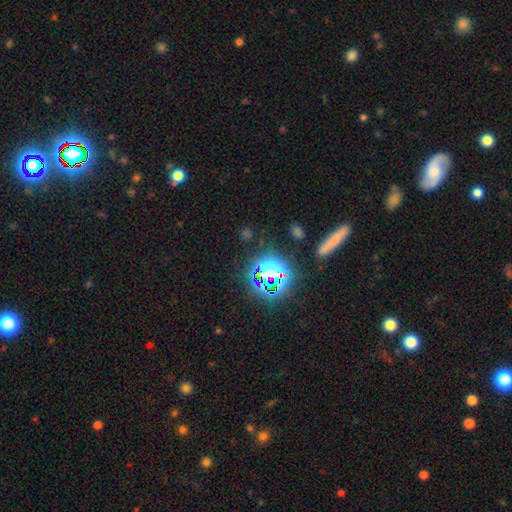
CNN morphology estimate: A star or artifact, not a galaxy (73%).